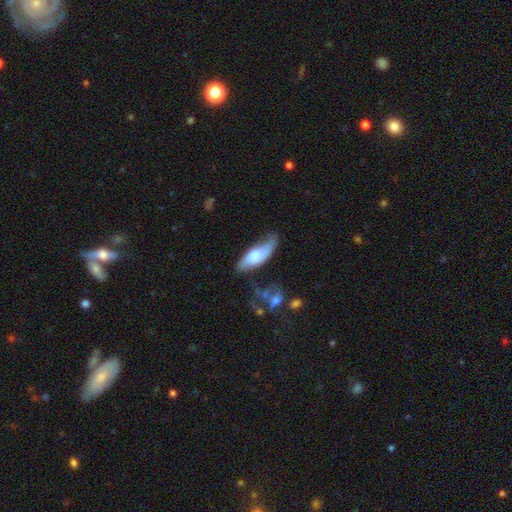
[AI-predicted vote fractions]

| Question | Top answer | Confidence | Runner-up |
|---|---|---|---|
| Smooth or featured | smooth | 56% | featured or disk (38%) |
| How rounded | in between | 72% | cigar-shaped (26%) |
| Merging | none | 43% | minor disturbance (35%) |